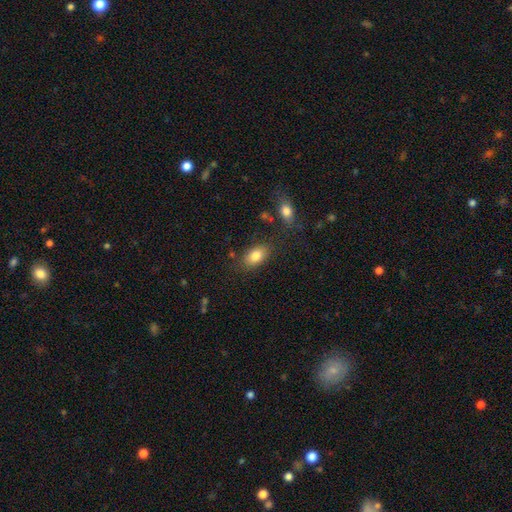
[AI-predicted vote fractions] This is clearly a smooth galaxy (82%). How rounded: clearly in between (88%). Merging: likely none (78%).